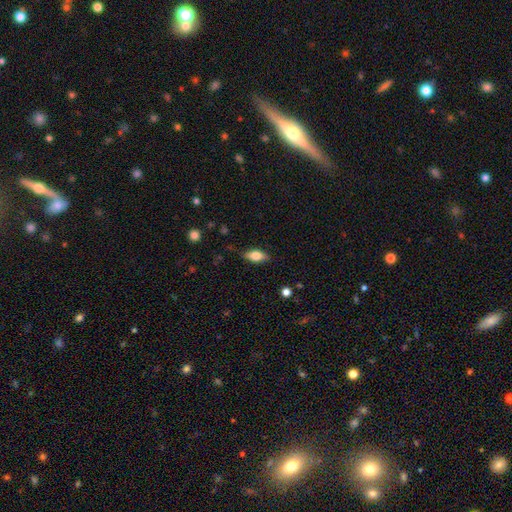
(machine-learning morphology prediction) This is likely a smooth galaxy (71%). How rounded: clearly in between (84%). Merging: clearly none (81%).